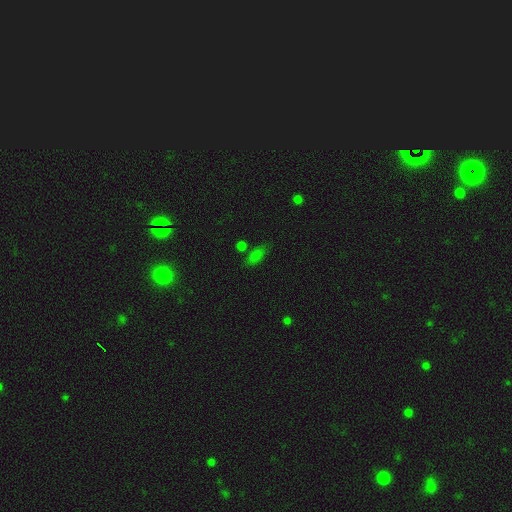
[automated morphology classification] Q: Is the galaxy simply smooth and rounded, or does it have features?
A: smooth — 71%.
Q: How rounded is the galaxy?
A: in between — 72%.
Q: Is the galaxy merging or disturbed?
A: none — 72%.